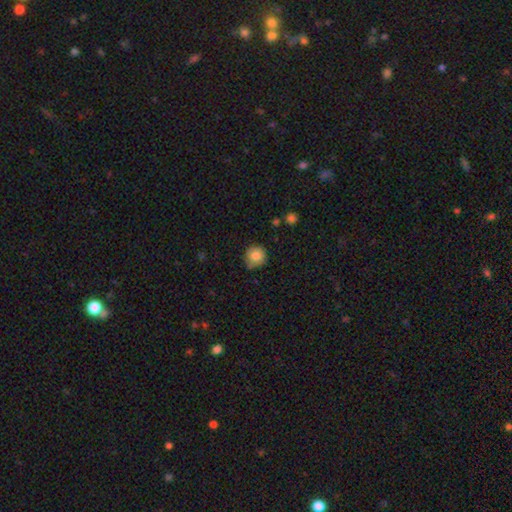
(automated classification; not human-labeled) Overall: smooth (83%). How rounded: round (93%). Merging: none (75%).